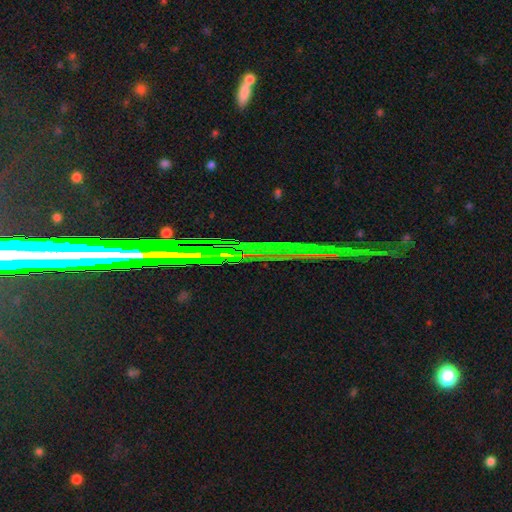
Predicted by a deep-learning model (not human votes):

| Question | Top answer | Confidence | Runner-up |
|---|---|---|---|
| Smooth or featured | star or artifact | 68% | featured or disk (23%) |